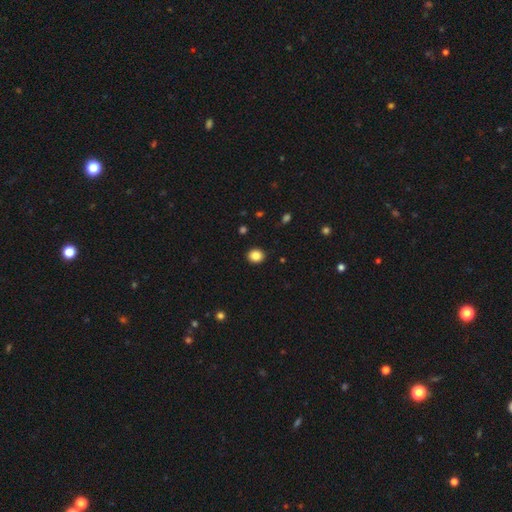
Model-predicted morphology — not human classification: Smooth or featured: smooth — 86% (star or artifact — 10%)
How rounded: round — 75% (in between — 24%)
Merging: none — 91% (minor disturbance — 6%)